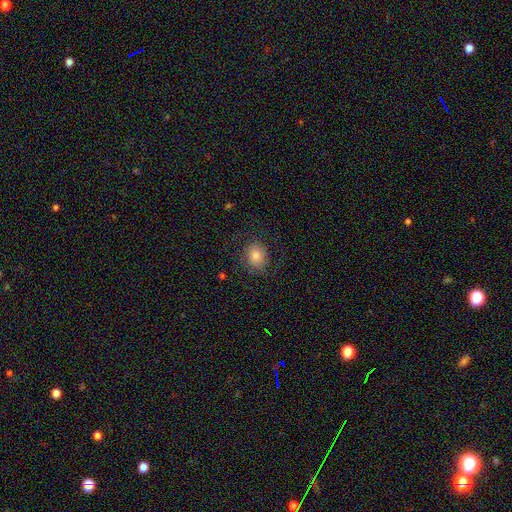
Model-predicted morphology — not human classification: smooth_or_featured: smooth (p=0.74) [alt: featured or disk p=0.16]
how_rounded: round (p=0.66) [alt: in between p=0.33]
merging: none (p=0.76) [alt: minor disturbance p=0.14]